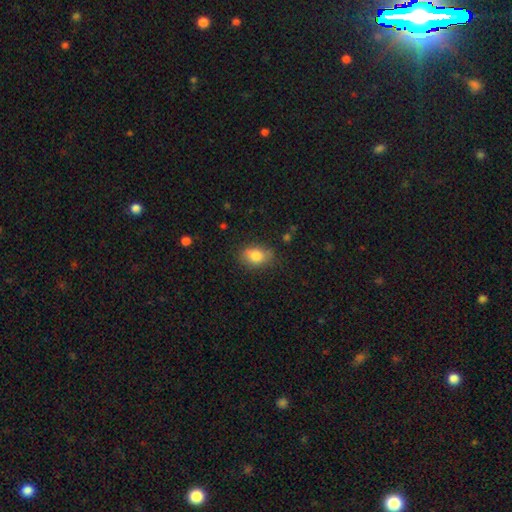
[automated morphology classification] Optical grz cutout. It shows a smooth galaxy with no disk features (83%) that is in between round and cigar-shaped (78%). Merging: none (76%).